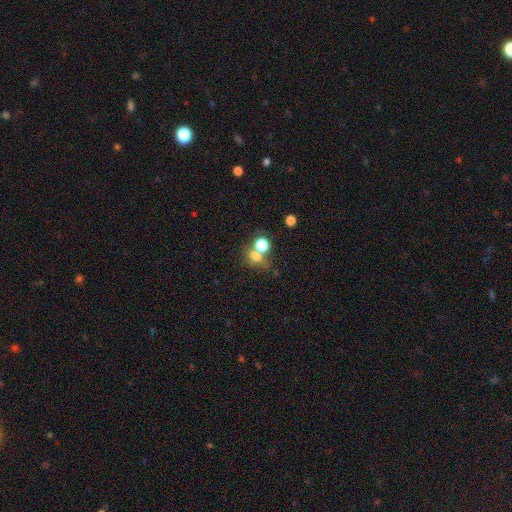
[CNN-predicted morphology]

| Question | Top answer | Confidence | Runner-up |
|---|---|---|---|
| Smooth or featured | smooth | 69% | star or artifact (19%) |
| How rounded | round | 61% | in between (38%) |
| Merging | merger | 44% | none (41%) |